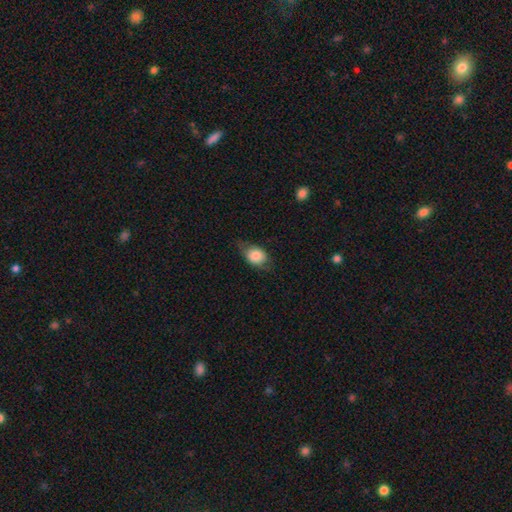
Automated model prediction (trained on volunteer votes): A smooth galaxy with no disk features (74%) that is in between round and cigar-shaped (69%). Merging: none (63%).